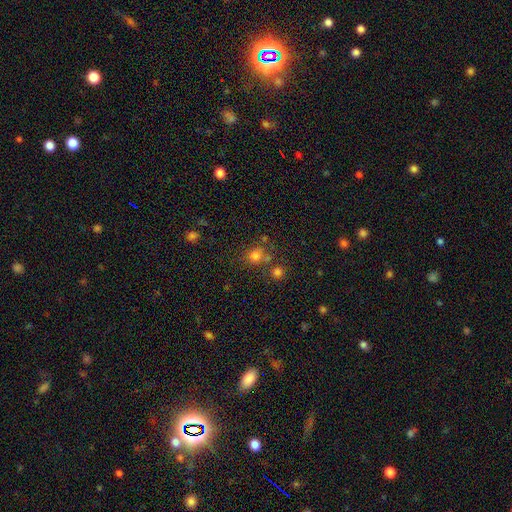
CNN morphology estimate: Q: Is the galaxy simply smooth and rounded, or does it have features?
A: smooth — 72%.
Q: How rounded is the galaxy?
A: round — 74%.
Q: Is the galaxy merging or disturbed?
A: none — 59%.